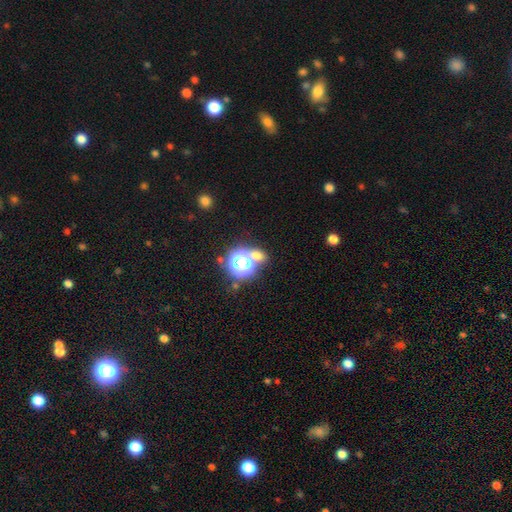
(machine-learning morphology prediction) A smooth galaxy with no disk features (56%) that is round (68%).

Vote fractions:
- Smooth or featured? smooth: 56% / star or artifact: 34% / featured or disk: 10%
- How rounded? round: 68% / in between: 30% / cigar-shaped: 2%
- Merging? none: 60% / merger: 25% / minor disturbance: 9% / major disturbance: 6%